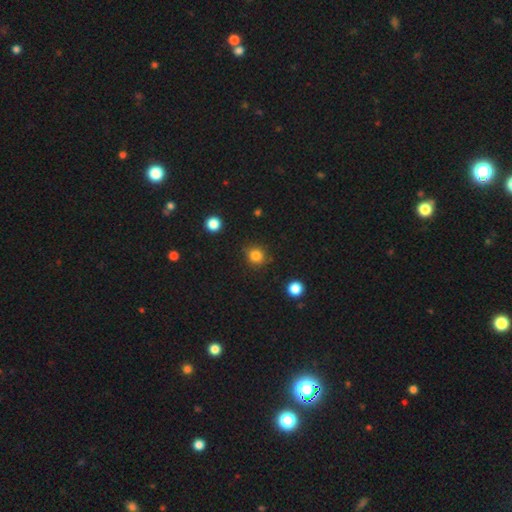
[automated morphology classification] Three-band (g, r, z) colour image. It shows a smooth galaxy with no disk features (83%) that is round (89%). Merging: none (86%).